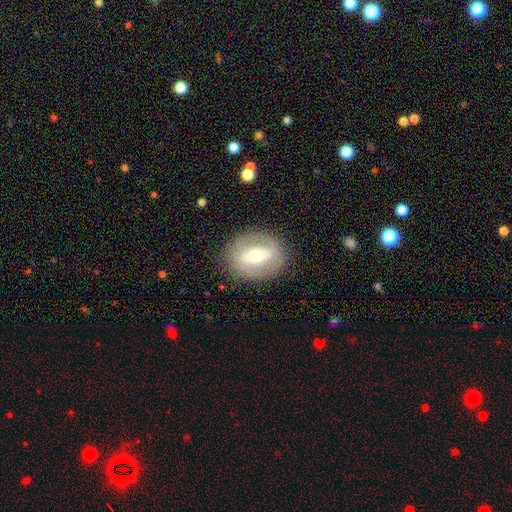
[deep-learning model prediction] Overall: featured or disk (61%; smooth 33%). Edge-on disk: no (89%). Bar: strong (52%; weak 31%). Spiral arms: no (70%; yes 30%). Bulge size: moderate (65%). Merging: none (83%).